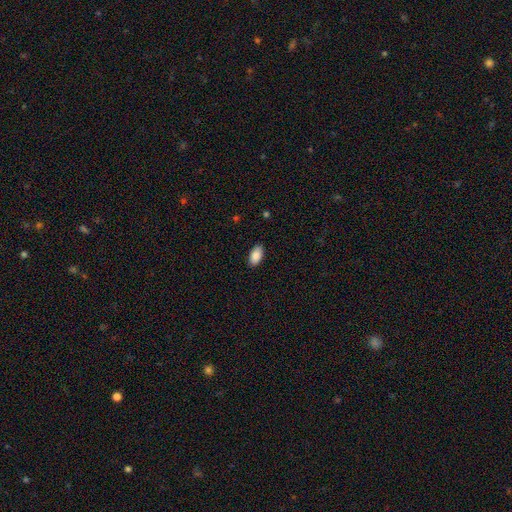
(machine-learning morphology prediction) smooth_or_featured: smooth (p=0.89) [alt: star or artifact p=0.07]
how_rounded: in between (p=0.95) [alt: round p=0.03]
merging: none (p=0.88) [alt: minor disturbance p=0.09]